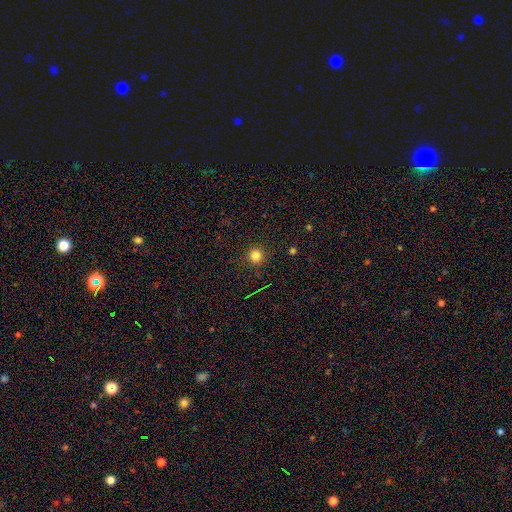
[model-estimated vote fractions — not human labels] The model was most divided on "smooth or featured": smooth: 80%, star or artifact: 15%, featured or disk: 5%. More confident: how rounded — round (95%); merging — none (90%).